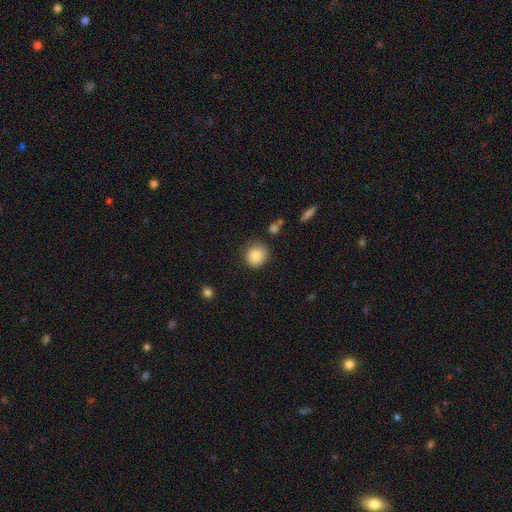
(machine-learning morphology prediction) The model was most divided on "how rounded": round: 83%, in between: 17%, cigar-shaped: 1%. More confident: smooth or featured — smooth (86%); merging — none (80%).